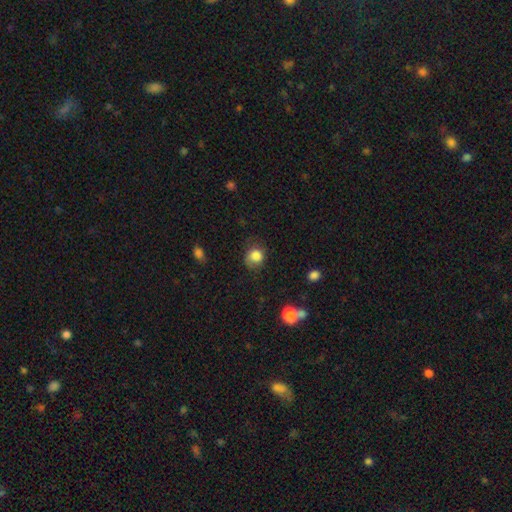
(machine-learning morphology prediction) A smooth galaxy with no disk features (84%) that is round (73%).

Vote fractions:
- Smooth or featured? smooth: 84% / star or artifact: 10% / featured or disk: 6%
- How rounded? round: 73% / in between: 26% / cigar-shaped: 1%
- Merging? none: 62% / minor disturbance: 27% / major disturbance: 9% / merger: 2%